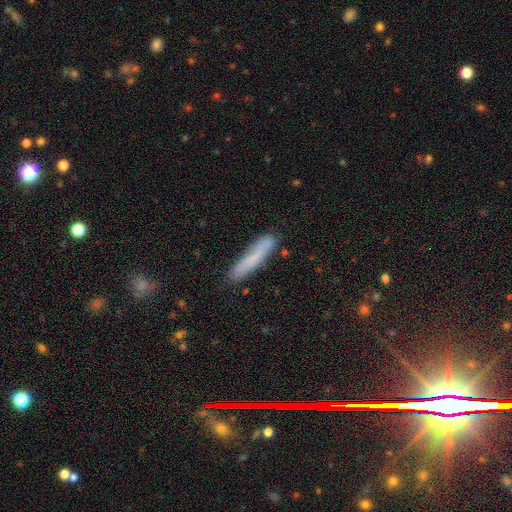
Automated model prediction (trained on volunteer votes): Overall: smooth (72%). How rounded: cigar-shaped (92%). Merging: none (77%).